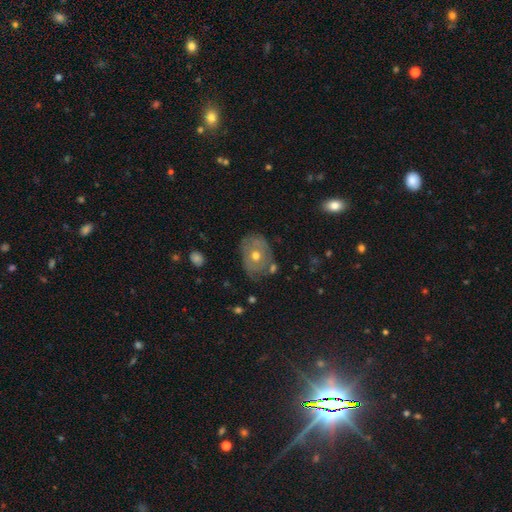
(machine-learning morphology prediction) Q: Smooth or featured?
A: featured or disk (46%); runner-up: smooth (44%)
Q: Merging?
A: none (68%); runner-up: minor disturbance (21%)